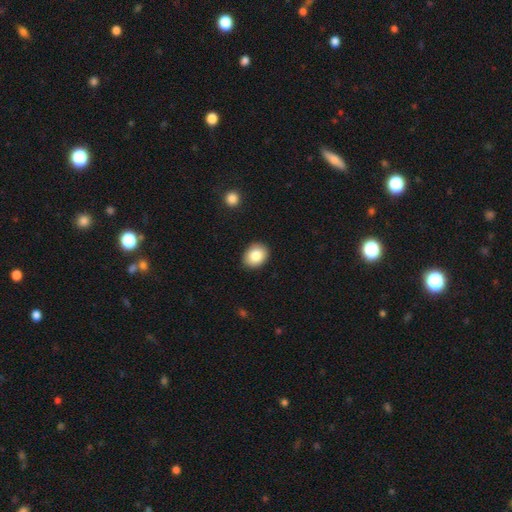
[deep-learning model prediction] smooth_or_featured: smooth (p=0.84) [alt: featured or disk p=0.08]
how_rounded: in between (p=0.58) [alt: round p=0.41]
merging: none (p=0.88) [alt: minor disturbance p=0.09]